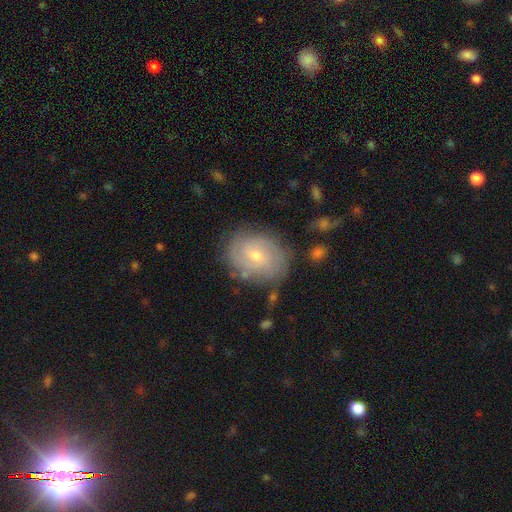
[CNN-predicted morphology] smooth_or_featured: featured or disk (p=0.59) [alt: smooth p=0.32]
disk_edge_on: no (p=0.96) [alt: yes p=0.04]
bar: no (p=0.47) [alt: weak p=0.45]
has_spiral_arms: yes (p=0.80) [alt: no p=0.20]
bulge_size: small (p=0.52) [alt: moderate p=0.45]
merging: none (p=0.76) [alt: minor disturbance p=0.16]